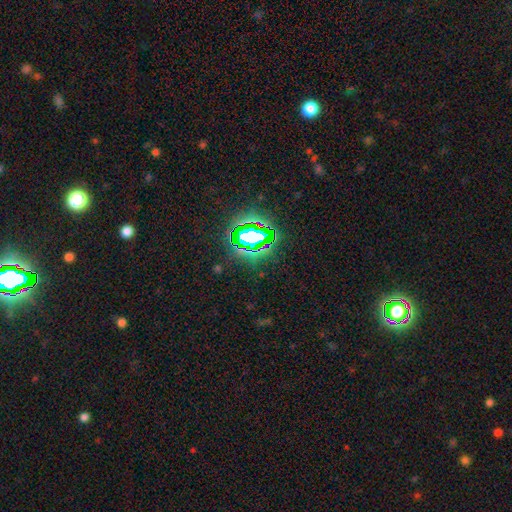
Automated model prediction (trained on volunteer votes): Q: Smooth or featured?
A: star or artifact (76%); runner-up: smooth (16%)